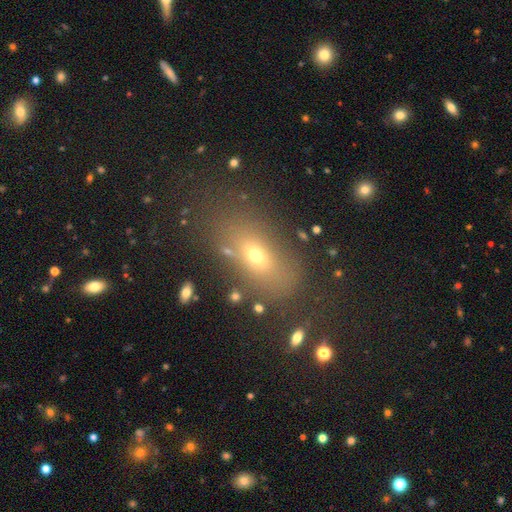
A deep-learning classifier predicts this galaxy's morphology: Smooth or featured?
  - smooth: 61% *
  - featured or disk: 20%
  - star or artifact: 19%
How rounded?
  - in between: 77% *
  - round: 14%
  - cigar-shaped: 9%
Merging?
  - none: 73% *
  - minor disturbance: 14%
  - major disturbance: 9%
  - merger: 5%